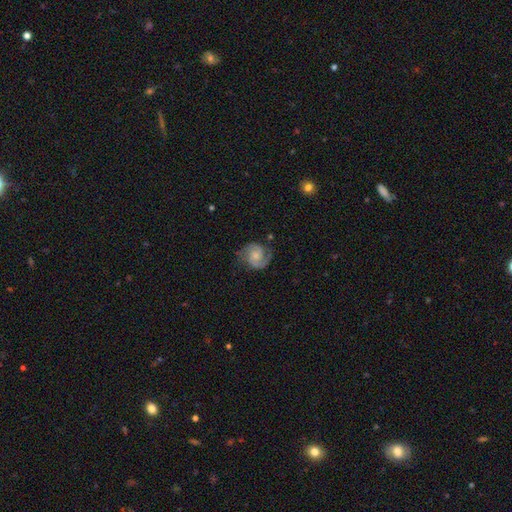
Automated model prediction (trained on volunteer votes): This appears to be a featured or disk galaxy (85%) with no bar (64%), 2 (91%) medium (49%) spiral arms (98%) and a small central bulge (42%, tied with moderate). Merging: none (76%).